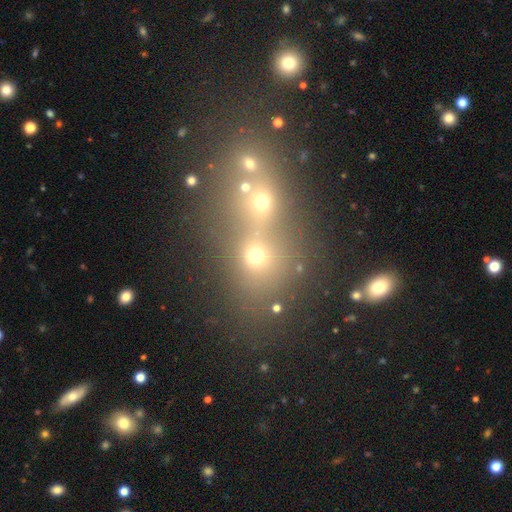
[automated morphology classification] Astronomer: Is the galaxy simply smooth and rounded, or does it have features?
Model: smooth — 50% (runner-up: star or artifact, 33%).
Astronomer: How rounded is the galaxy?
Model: round — 62%.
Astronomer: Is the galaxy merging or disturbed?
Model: merger — 55% (runner-up: none, 33%).